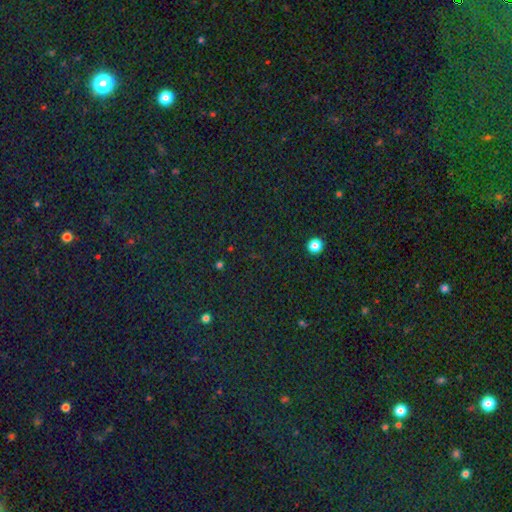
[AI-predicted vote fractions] smooth_or_featured: star or artifact (p=0.78) [alt: smooth p=0.14]